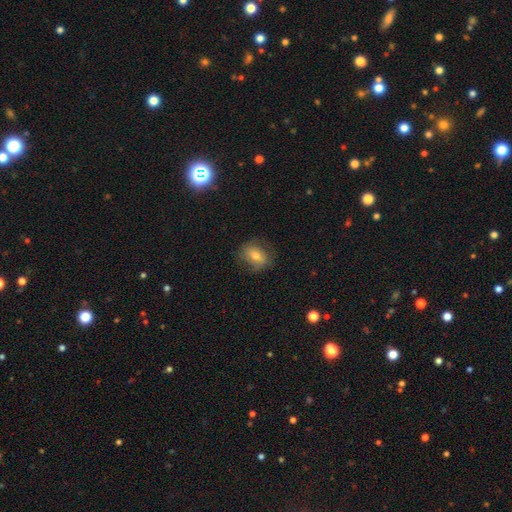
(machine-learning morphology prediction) type=smooth (58%); roundness=in between (64%); merging=none (76%).